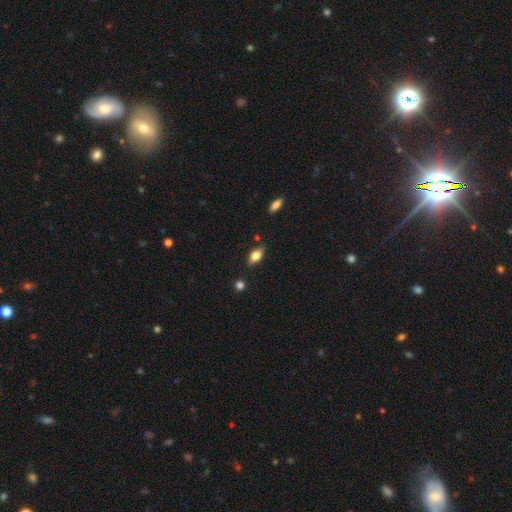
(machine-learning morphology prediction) Overall: smooth (77%). How rounded: in between (86%). Merging: none (79%).